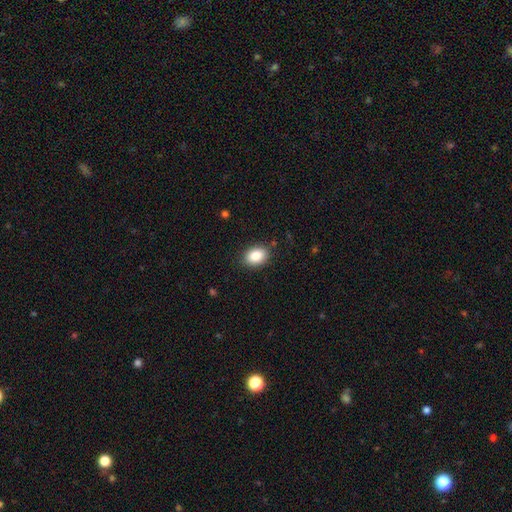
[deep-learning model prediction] Q: Smooth or featured?
A: smooth (87%); runner-up: star or artifact (8%)
Q: How rounded?
A: in between (79%); runner-up: round (20%)
Q: Merging?
A: none (87%); runner-up: minor disturbance (9%)